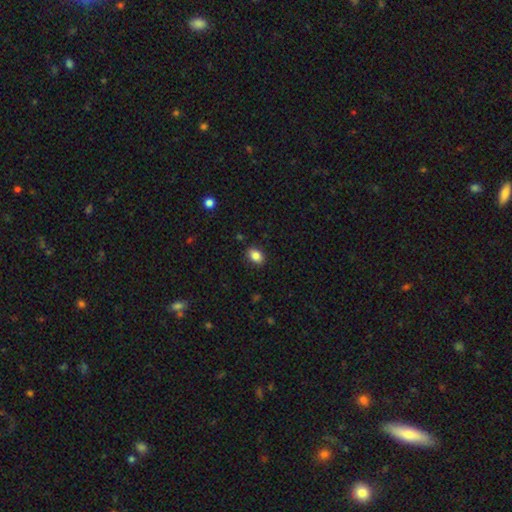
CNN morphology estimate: This is clearly a smooth galaxy (86%). How rounded: likely in between (75%). Merging: clearly none (87%).